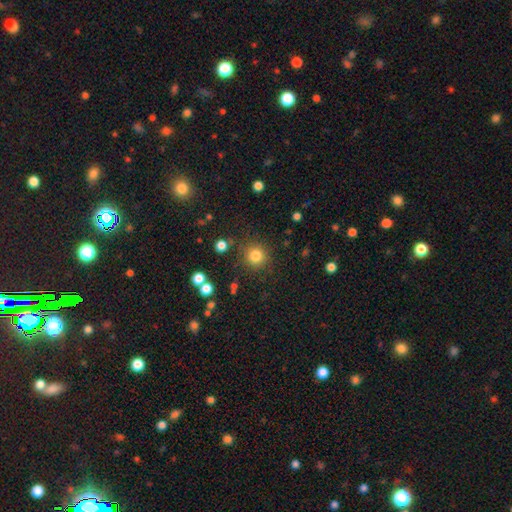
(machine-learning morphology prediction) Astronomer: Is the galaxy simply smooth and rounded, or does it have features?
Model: smooth — 82%.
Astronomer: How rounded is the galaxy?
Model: round — 94%.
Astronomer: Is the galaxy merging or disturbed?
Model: none — 86%.